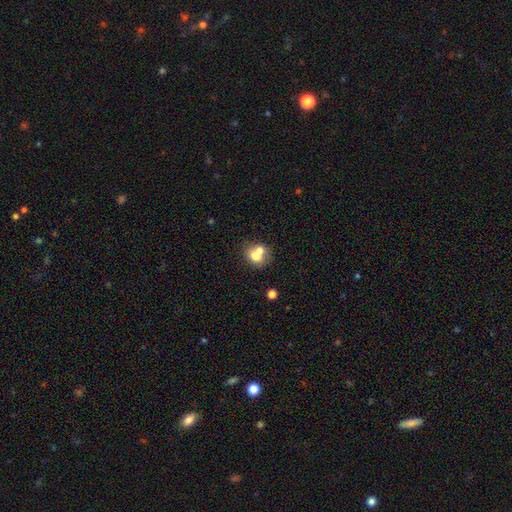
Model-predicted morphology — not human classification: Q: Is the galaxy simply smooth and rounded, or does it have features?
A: smooth — 68%.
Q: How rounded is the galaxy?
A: round — 67%.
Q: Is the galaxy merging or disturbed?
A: merger — 53%.